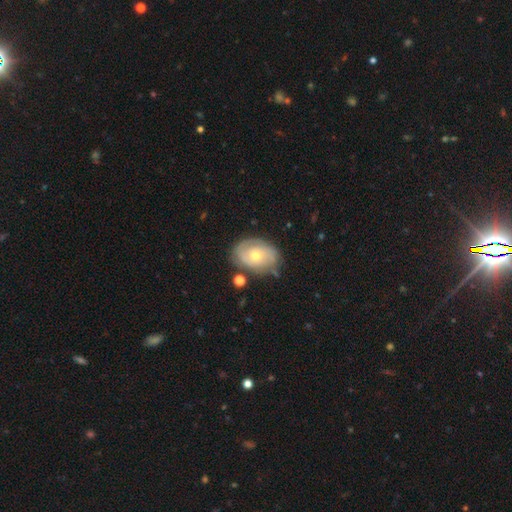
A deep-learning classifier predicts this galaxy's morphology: Smooth or featured? featured or disk (61%)
Edge-on disk? no (95%)
Bar? no (80%)
Spiral arms? yes (74%)
Bulge size? moderate (59%)
Merging? none (68%)